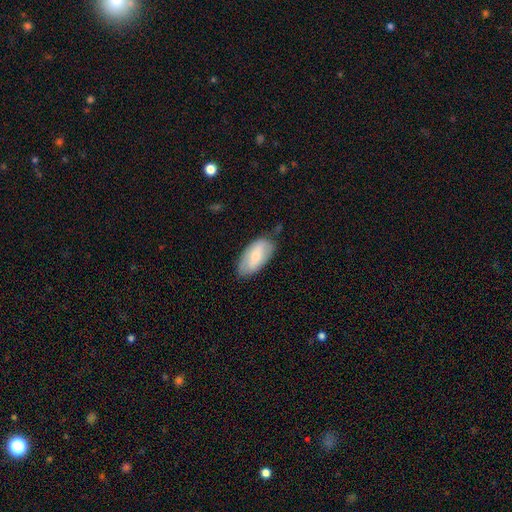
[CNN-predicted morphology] This appears to be a smooth galaxy with no disk features (63%) that is in between round and cigar-shaped (94%). Merging: none (74%).